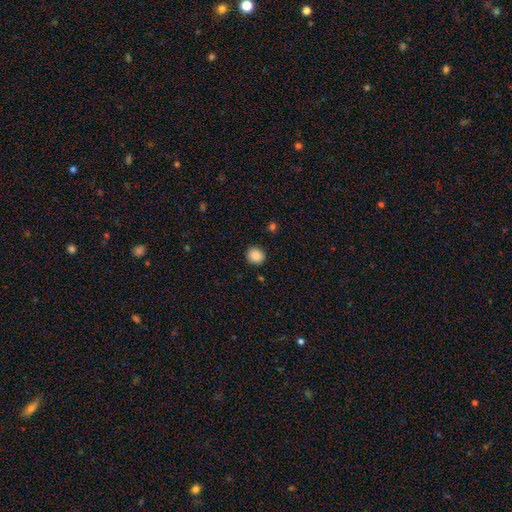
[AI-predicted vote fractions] The model was most divided on "how rounded": round: 87%, in between: 12%, cigar-shaped: 1%. More confident: merging — none (91%); smooth or featured — smooth (88%).